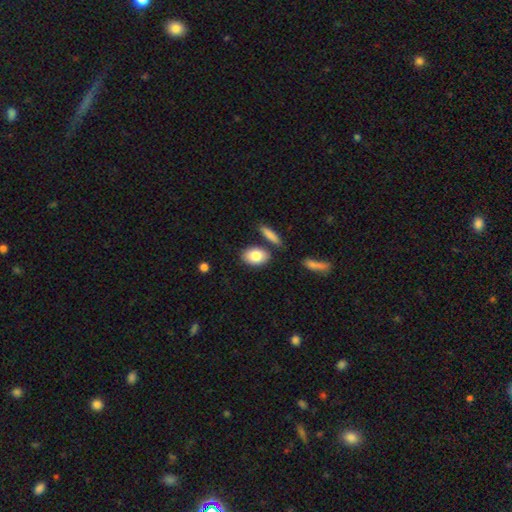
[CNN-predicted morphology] smooth-or-featured: smooth: 81% | featured or disk: 12% | star or artifact: 6%
  how-rounded: in between: 85% | round: 12% | cigar-shaped: 3%
  merging: none: 75% | minor disturbance: 12% | merger: 9% | major disturbance: 3%